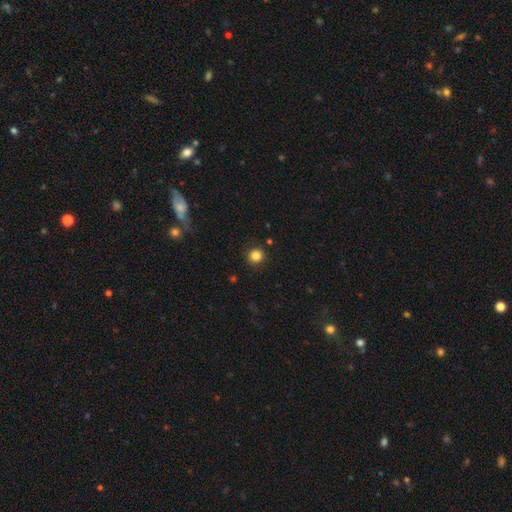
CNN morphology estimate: Overall: smooth (84%). How rounded: round (93%). Merging: none (90%).